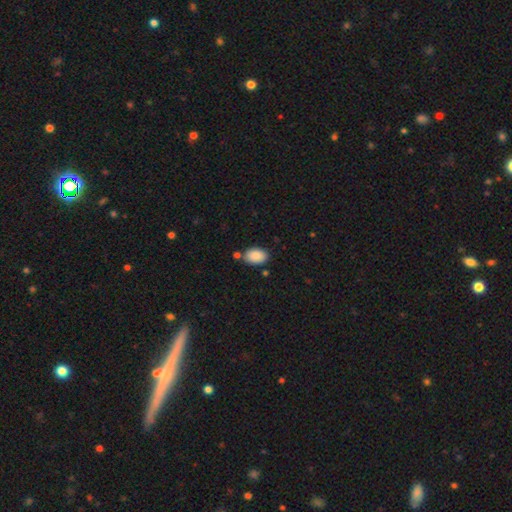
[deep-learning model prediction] Smooth or featured: smooth — 90% (star or artifact — 7%)
How rounded: in between — 90% (round — 9%)
Merging: none — 78% (minor disturbance — 13%)